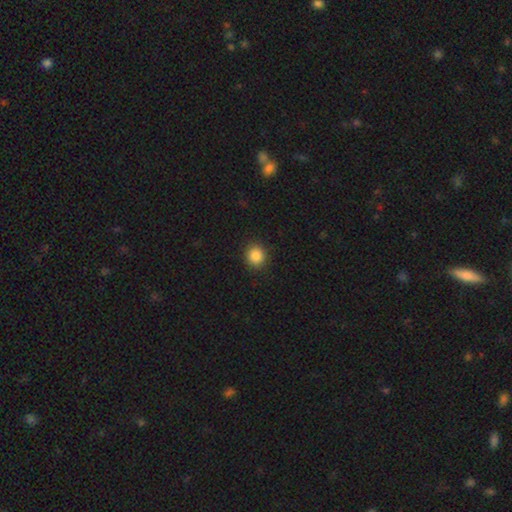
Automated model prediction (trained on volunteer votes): Smooth or featured? Predicted: smooth (p=0.87). How rounded? Predicted: round (p=0.87). Merging? Predicted: none (p=0.91).